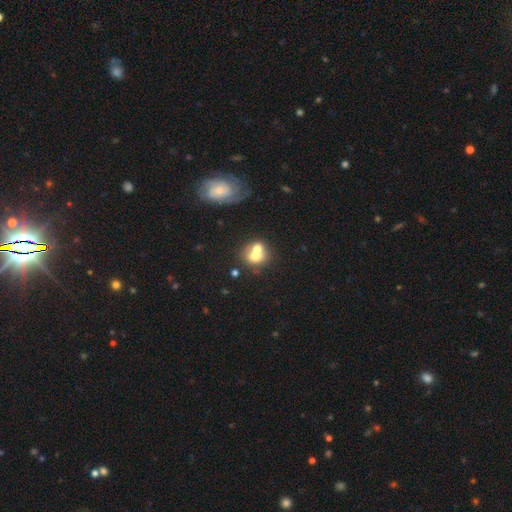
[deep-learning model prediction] Morphology: type=smooth (61%); roundness=round (66%); merging=merger (64%).